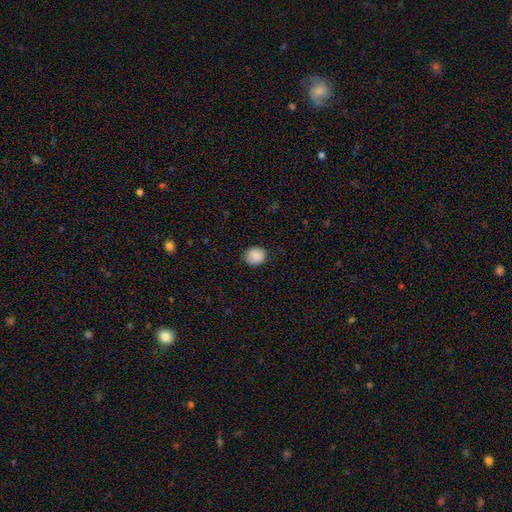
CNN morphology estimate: Smooth or featured?
  - smooth: 88% *
  - star or artifact: 8%
  - featured or disk: 4%
How rounded?
  - round: 74% *
  - in between: 25%
  - cigar-shaped: 1%
Merging?
  - none: 84% *
  - minor disturbance: 13%
  - major disturbance: 3%
  - merger: 1%